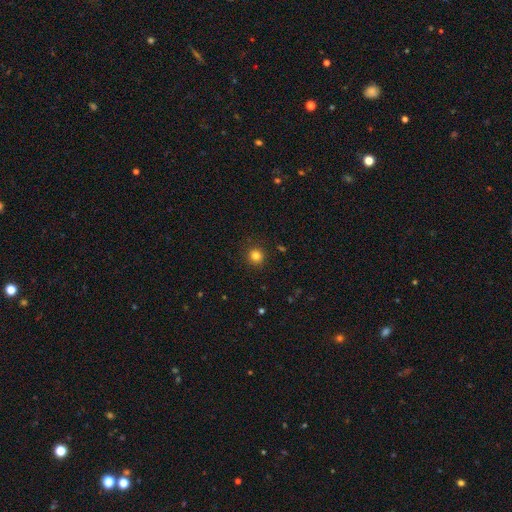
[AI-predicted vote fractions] Q: Smooth or featured?
A: smooth (82%); runner-up: star or artifact (13%)
Q: How rounded?
A: round (93%); runner-up: in between (6%)
Q: Merging?
A: none (91%); runner-up: minor disturbance (6%)